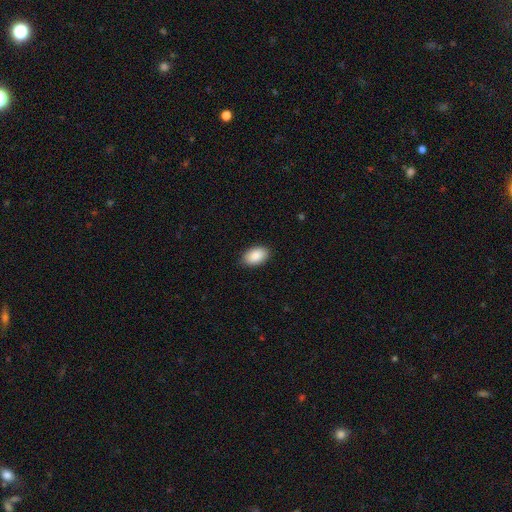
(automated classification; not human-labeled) smooth_or_featured: smooth (p=0.90) [alt: star or artifact p=0.06]
how_rounded: in between (p=0.91) [alt: round p=0.07]
merging: none (p=0.88) [alt: minor disturbance p=0.09]